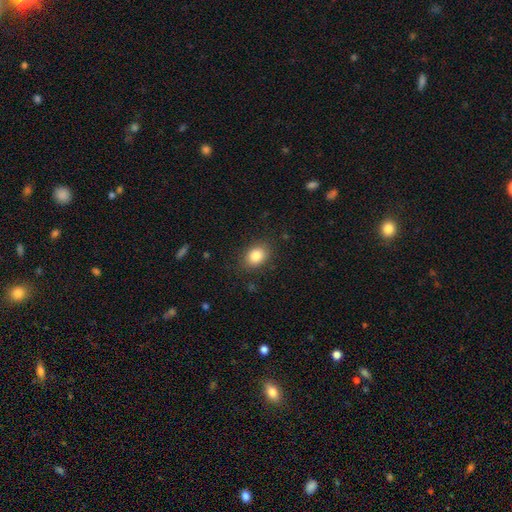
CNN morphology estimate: This appears to be a smooth galaxy with no disk features (84%) that is in between round and cigar-shaped (64%). Merging: none (85%).